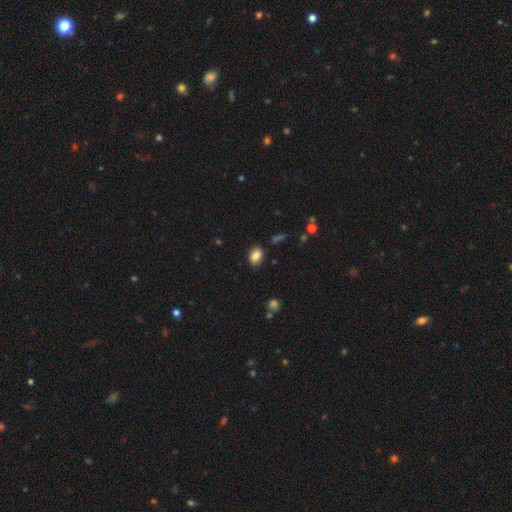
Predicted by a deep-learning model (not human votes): This appears to be a smooth galaxy with no disk features (85%) that is in between round and cigar-shaped (70%). Merging: none (87%).